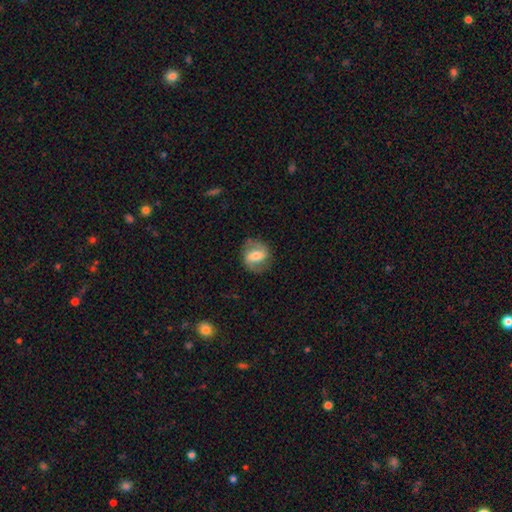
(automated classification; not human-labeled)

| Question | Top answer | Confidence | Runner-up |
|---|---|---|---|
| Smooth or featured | featured or disk | 57% | smooth (36%) |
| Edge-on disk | no | 95% | yes (5%) |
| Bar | strong | 41% | tied: weak (41%) |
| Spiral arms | yes | 77% | no (23%) |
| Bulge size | moderate | 58% | small (22%) |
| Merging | none | 77% | minor disturbance (15%) |